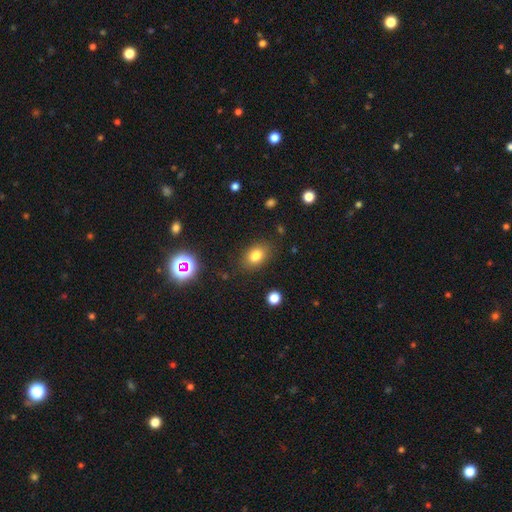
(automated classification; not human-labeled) smooth_or_featured: smooth (p=0.79) [alt: star or artifact p=0.12]
how_rounded: in between (p=0.76) [alt: round p=0.23]
merging: none (p=0.83) [alt: minor disturbance p=0.11]